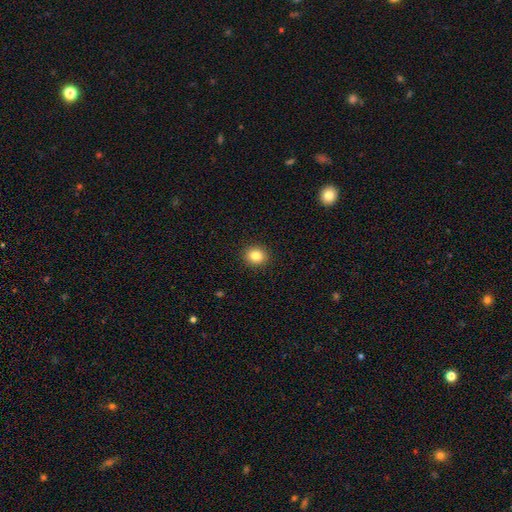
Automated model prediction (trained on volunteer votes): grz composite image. It shows a smooth galaxy with no disk features (83%) that is round (78%). Merging: none (92%).